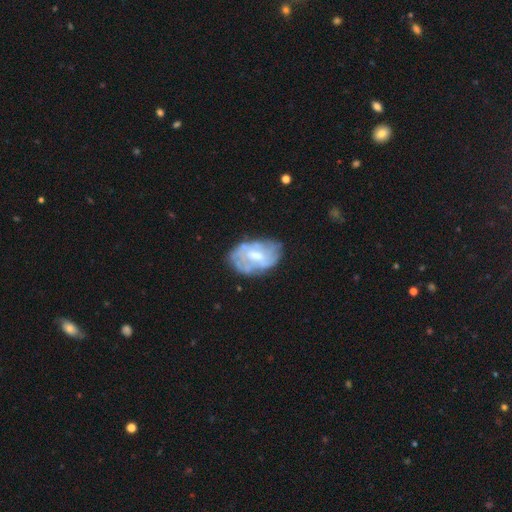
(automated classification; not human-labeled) smooth-or-featured: featured or disk: 66% | smooth: 28% | star or artifact: 7%
  disk-edge-on: no: 96% | yes: 4%
    bar: weak: 49% | no: 39% | strong: 12%
    has-spiral-arms: yes: 54% | no: 46%
    bulge-size: moderate: 58% | small: 29% | large: 7% | none: 6% | dominant: 1%
  merging: none: 61% | minor disturbance: 25% | major disturbance: 11% | merger: 3%